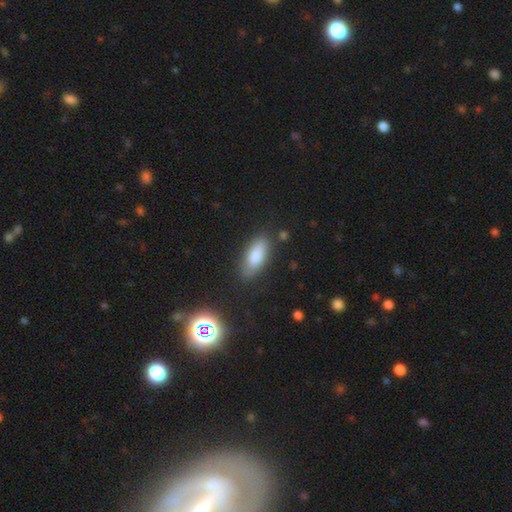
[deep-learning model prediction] The model was most divided on "how rounded": in between: 75%, cigar-shaped: 21%, round: 4%. More confident: merging — none (84%); smooth or featured — smooth (75%).